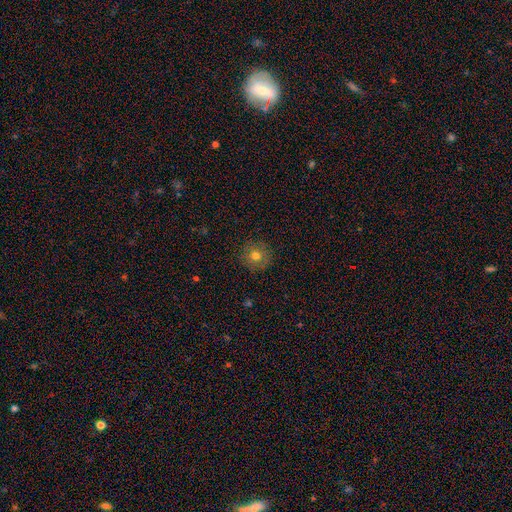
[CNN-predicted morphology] Smooth or featured: smooth — 73% (featured or disk — 15%)
How rounded: round — 93% (in between — 6%)
Merging: none — 88% (minor disturbance — 9%)